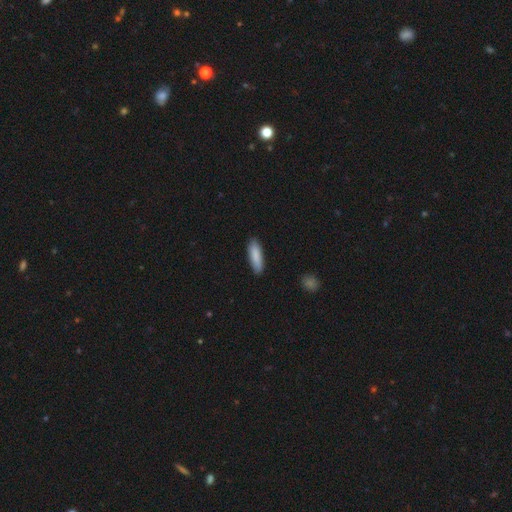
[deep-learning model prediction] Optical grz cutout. It shows a smooth galaxy with no disk features (88%) that is cigar-shaped (56%). Merging: none (88%).